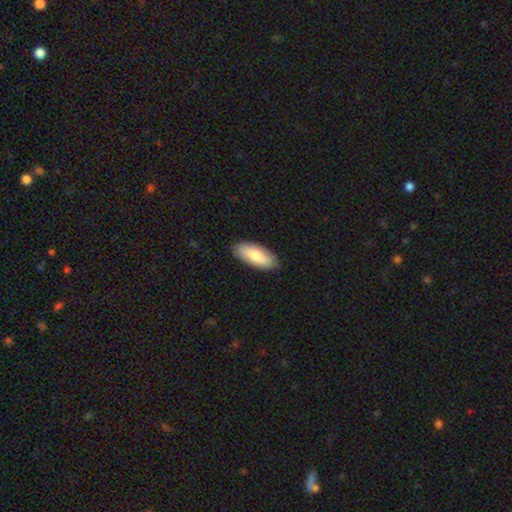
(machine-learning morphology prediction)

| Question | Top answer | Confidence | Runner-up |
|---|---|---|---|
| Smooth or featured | smooth | 81% | featured or disk (14%) |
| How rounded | in between | 83% | cigar-shaped (15%) |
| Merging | none | 88% | minor disturbance (10%) |